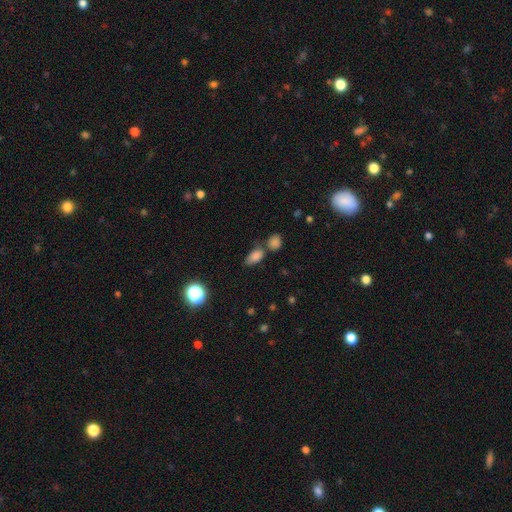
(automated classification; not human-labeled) Q: Smooth or featured?
A: smooth (80%); runner-up: star or artifact (13%)
Q: How rounded?
A: in between (85%); runner-up: round (9%)
Q: Merging?
A: none (48%); runner-up: merger (27%)